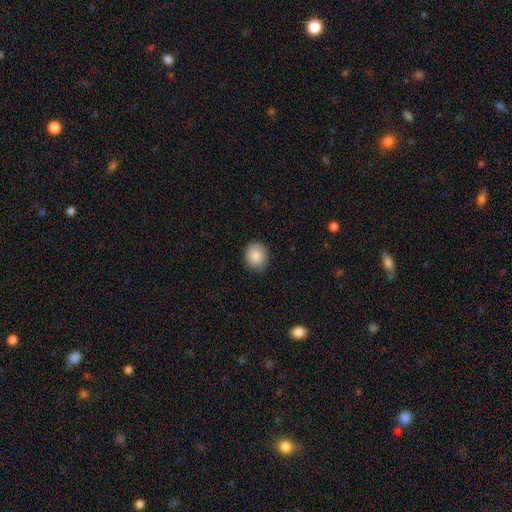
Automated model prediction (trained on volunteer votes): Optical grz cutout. It shows a smooth galaxy with no disk features (88%) that is round (74%). Merging: none (88%).